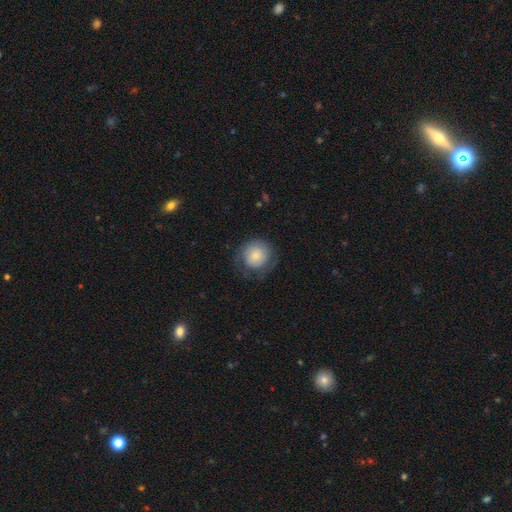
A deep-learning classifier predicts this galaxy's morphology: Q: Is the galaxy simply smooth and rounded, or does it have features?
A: smooth — 67%.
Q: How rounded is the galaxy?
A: round — 88%.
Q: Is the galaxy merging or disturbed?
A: none — 63%.